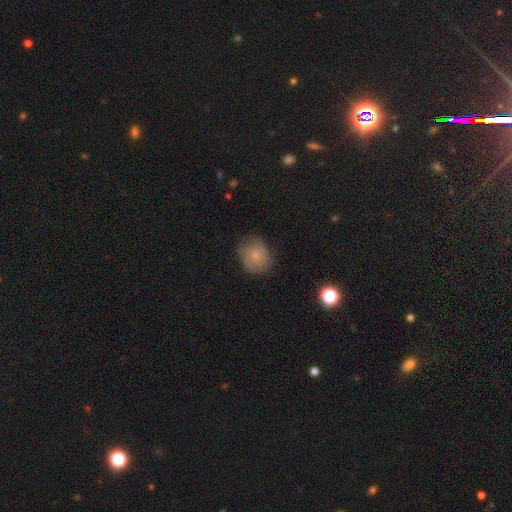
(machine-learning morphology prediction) Smooth or featured? Predicted: smooth (p=0.69). How rounded? Predicted: round (p=0.70). Merging? Predicted: none (p=0.66).